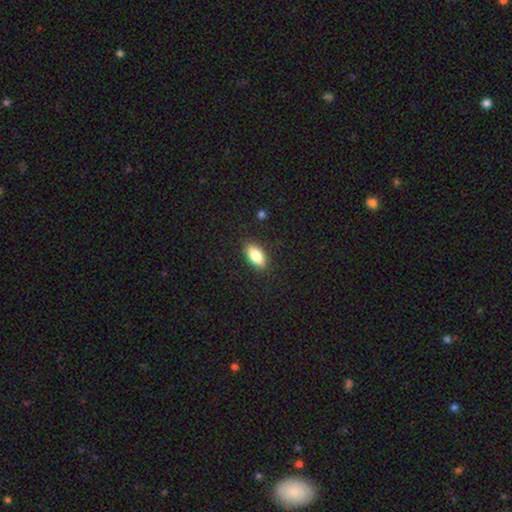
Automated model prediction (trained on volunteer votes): This appears to be a smooth galaxy with no disk features (84%) that is in between round and cigar-shaped (88%). Merging: none (87%).